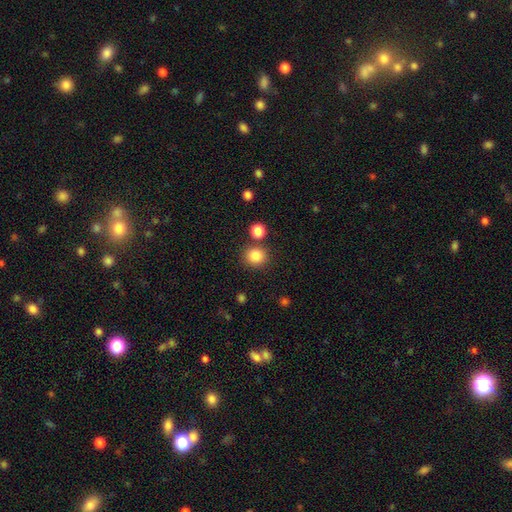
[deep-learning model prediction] Smooth or featured? Predicted: smooth (p=0.85). How rounded? Predicted: round (p=0.88). Merging? Predicted: none (p=0.80).